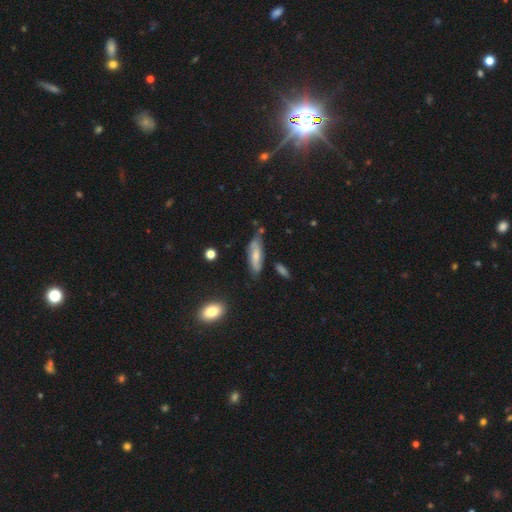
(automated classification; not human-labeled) smooth_or_featured: smooth (p=0.48) [alt: featured or disk p=0.44]
merging: none (p=0.61) [alt: minor disturbance p=0.26]